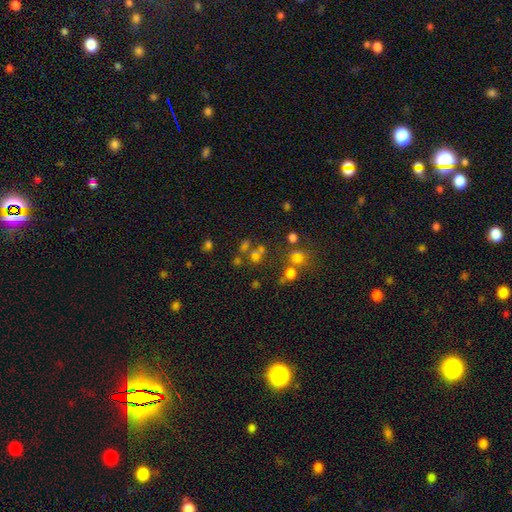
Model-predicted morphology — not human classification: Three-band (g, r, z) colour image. It shows a smooth galaxy with no disk features (51%) that is round (69%). Merging: none (48%).